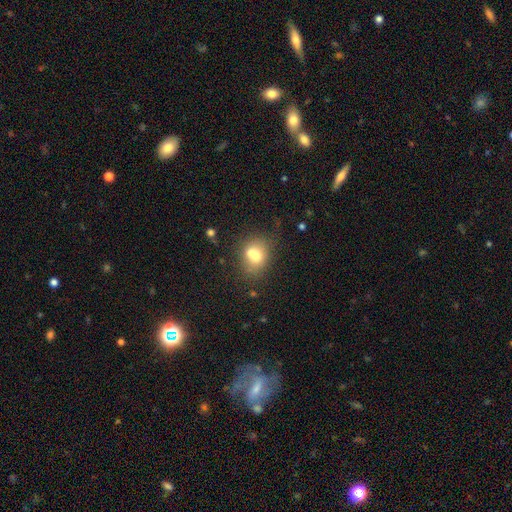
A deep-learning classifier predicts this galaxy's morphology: This appears to be a smooth galaxy with no disk features (67%) that is round (55%). Merging: merger (42%).